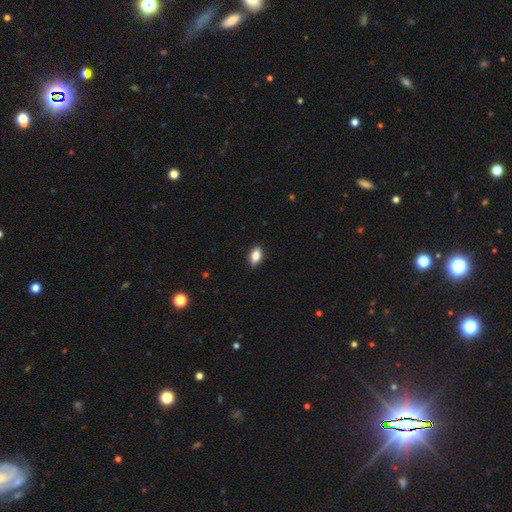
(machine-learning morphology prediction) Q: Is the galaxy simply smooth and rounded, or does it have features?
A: smooth — 80%.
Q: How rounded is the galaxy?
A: in between — 86%.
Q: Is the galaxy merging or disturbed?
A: none — 85%.